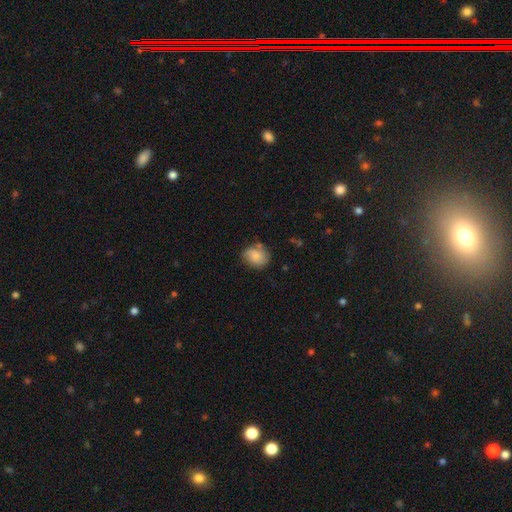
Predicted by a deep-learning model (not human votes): Overall: smooth (75%). How rounded: round (55%; in between 44%). Merging: none (63%; minor disturbance 25%).